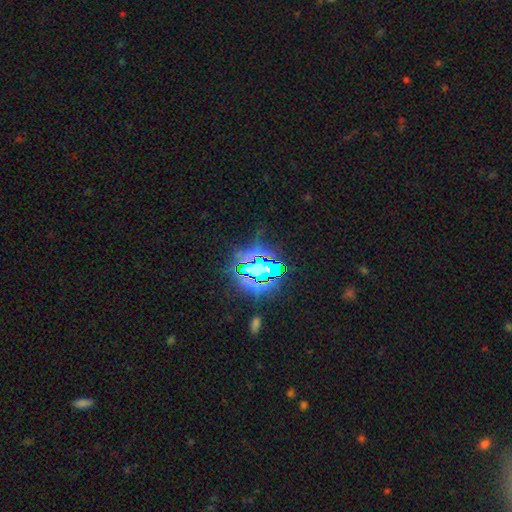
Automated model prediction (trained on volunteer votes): Overall: star or artifact (82%).